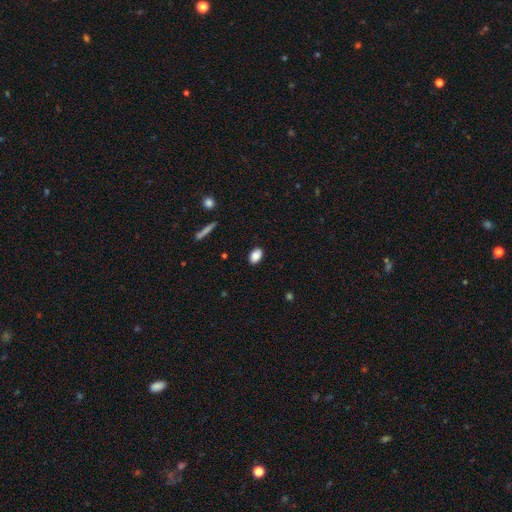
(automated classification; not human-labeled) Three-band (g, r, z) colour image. It shows a smooth galaxy with no disk features (87%) that is in between round and cigar-shaped (88%). Merging: none (87%).